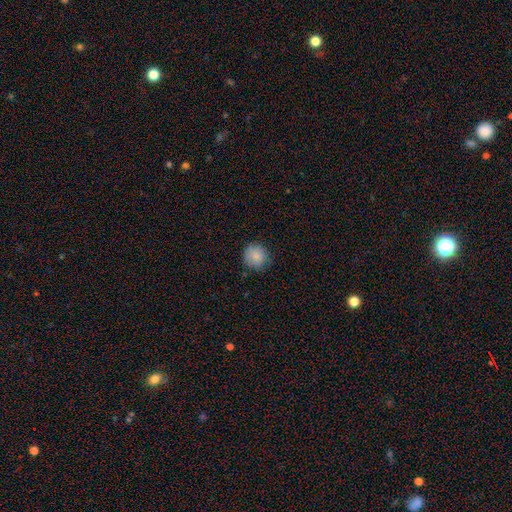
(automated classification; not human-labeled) This appears to be a smooth galaxy with no disk features (86%) that is round (91%). Merging: none (81%).